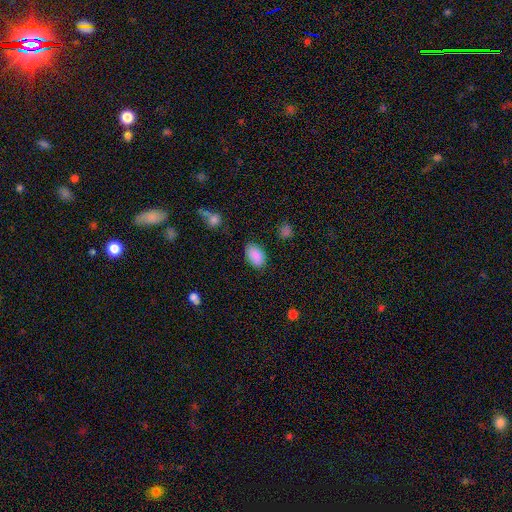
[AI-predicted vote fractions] smooth-or-featured: smooth: 89% | star or artifact: 8% | featured or disk: 4%
  how-rounded: in between: 91% | round: 8% | cigar-shaped: 1%
  merging: none: 81% | minor disturbance: 14% | major disturbance: 3% | merger: 2%